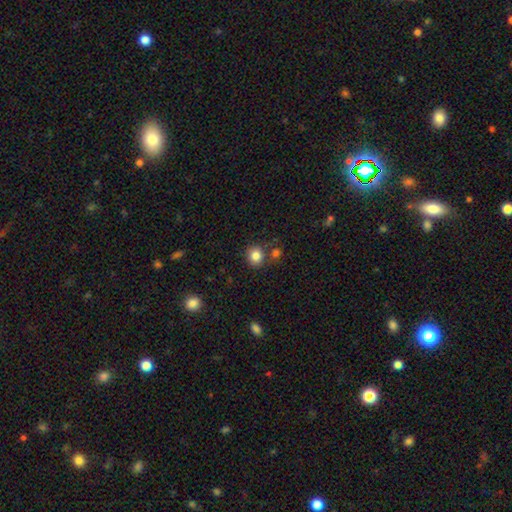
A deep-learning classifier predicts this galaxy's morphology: smooth 84%, star or artifact 11%, featured or disk 6%. Down the decision tree: how rounded — round (84%); merging — none (74%).